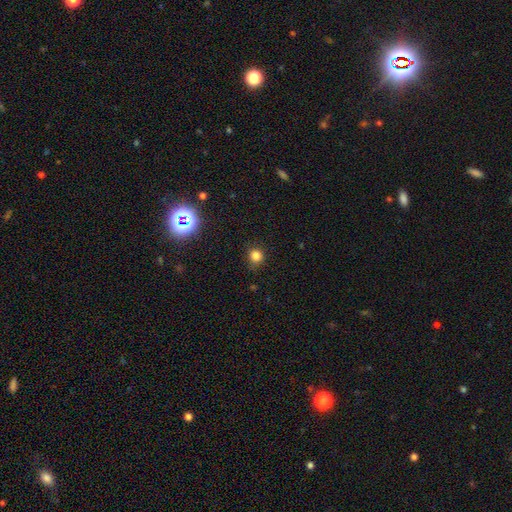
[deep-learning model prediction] This appears to be a smooth galaxy with no disk features (79%) that is round (87%). Merging: none (83%).